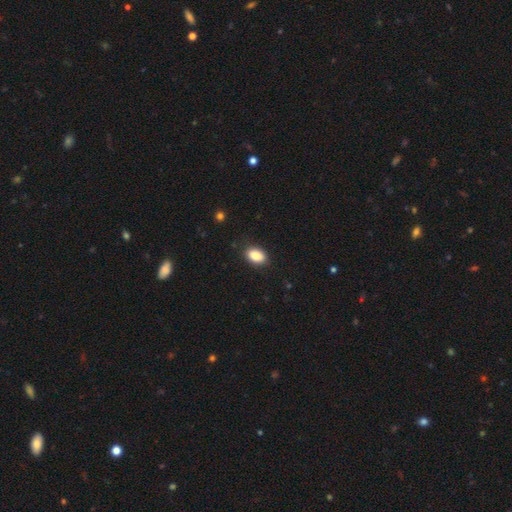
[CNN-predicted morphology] A smooth galaxy with no disk features (87%) that is in between round and cigar-shaped (87%). Merging: none (87%).